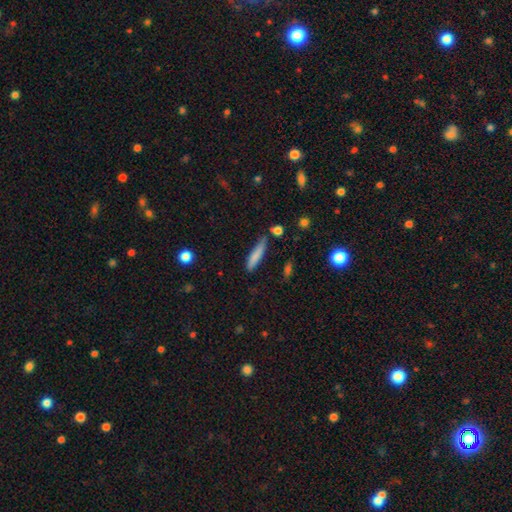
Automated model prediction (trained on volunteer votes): Morphology: type=smooth (78%); roundness=cigar-shaped (86%); merging=none (68%).